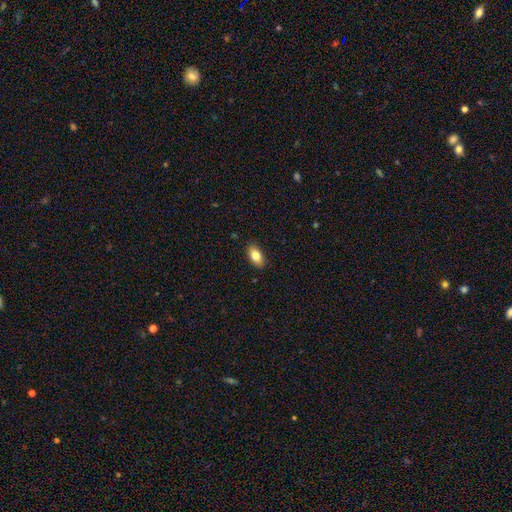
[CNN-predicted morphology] Smooth or featured? Predicted: smooth (p=0.82). How rounded? Predicted: in between (p=0.90). Merging? Predicted: none (p=0.87).